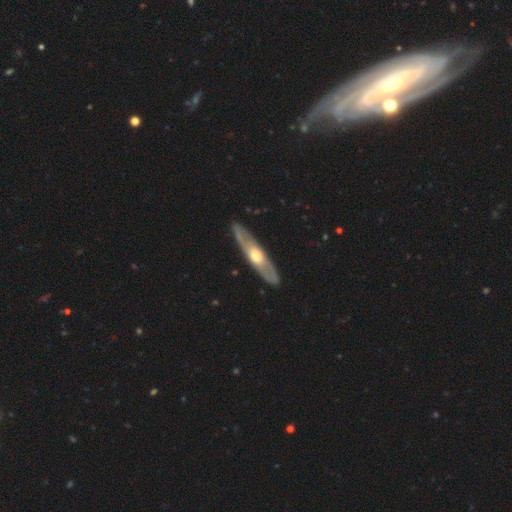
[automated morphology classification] Q: Smooth or featured?
A: featured or disk (69%); runner-up: smooth (27%)
Q: Edge-on disk?
A: yes (61%); runner-up: no (39%)
Q: Merging?
A: none (89%); runner-up: minor disturbance (8%)